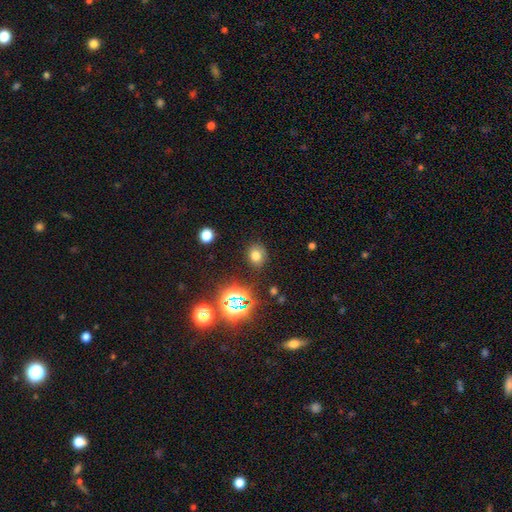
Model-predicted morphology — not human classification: Smooth or featured? smooth (71%)
How rounded? round (61%)
Merging? none (83%)